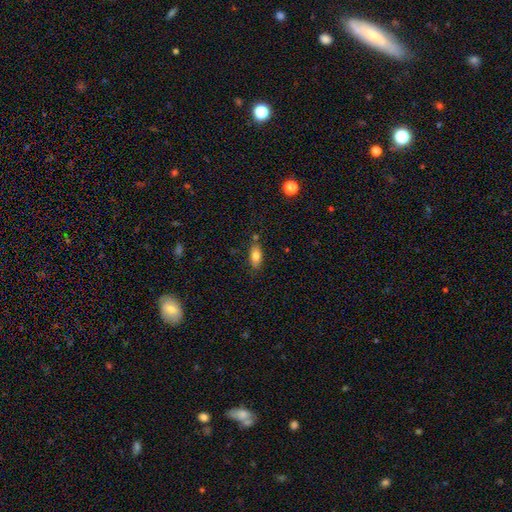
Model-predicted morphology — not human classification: Smooth or featured?
  - smooth: 80% *
  - featured or disk: 12%
  - star or artifact: 8%
How rounded?
  - in between: 84% *
  - cigar-shaped: 12%
  - round: 4%
Merging?
  - none: 75% *
  - minor disturbance: 16%
  - merger: 6%
  - major disturbance: 4%